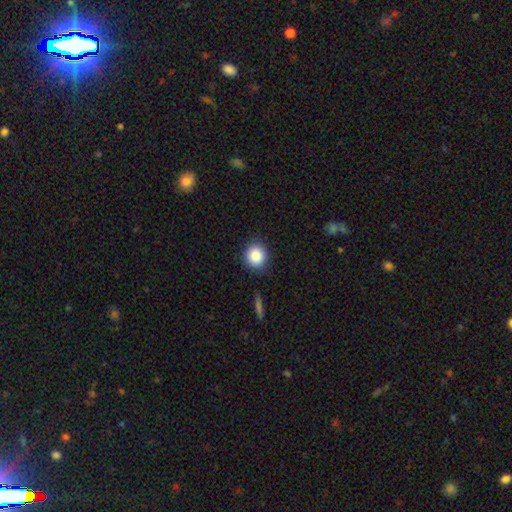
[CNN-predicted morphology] A smooth galaxy with no disk features (87%) that is round (84%). Merging: none (88%).